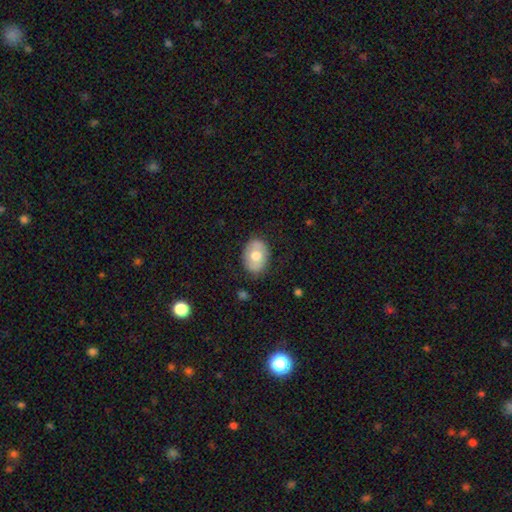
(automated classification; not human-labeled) This appears to be a smooth galaxy with no disk features (63%) that is in between round and cigar-shaped (72%). Merging: none (81%).